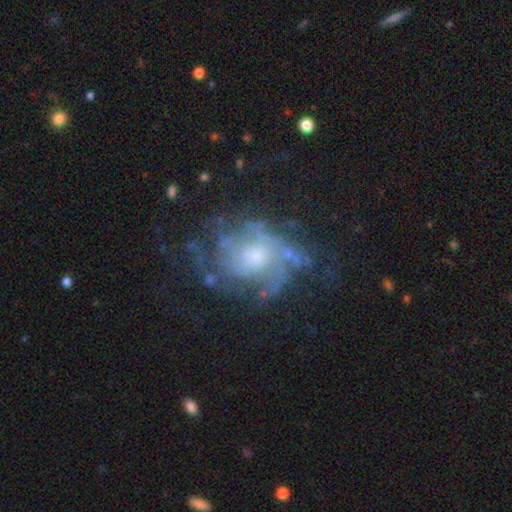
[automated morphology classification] smooth-or-featured: featured or disk: 76% | smooth: 14% | star or artifact: 10%
  disk-edge-on: no: 97% | yes: 3%
    bar: no: 79% | weak: 18% | strong: 3%
    has-spiral-arms: yes: 75% | no: 25%
      spiral-winding: tight: 46% | medium: 37% | loose: 17%
      spiral-arm-count: can't tell: 50% | 2: 15% | 3: 13% | 4: 9% | 1: 6% | more than 4: 6%
    bulge-size: moderate: 49% | small: 37% | large: 8% | none: 4% | dominant: 1%
  merging: none: 54% | major disturbance: 22% | minor disturbance: 20% | merger: 3%